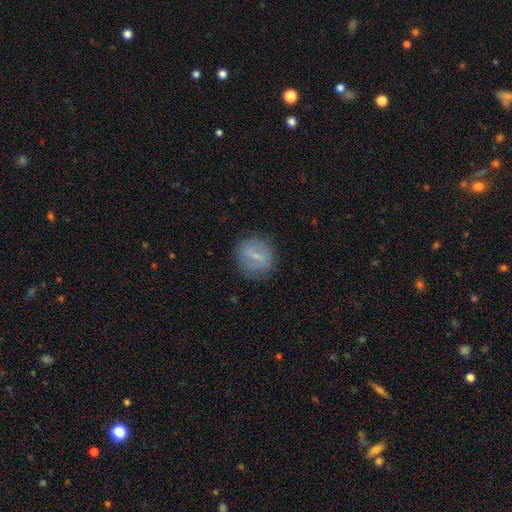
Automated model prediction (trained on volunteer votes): Smooth or featured: smooth — 46% (featured or disk — 45%)
Merging: none — 80% (minor disturbance — 14%)